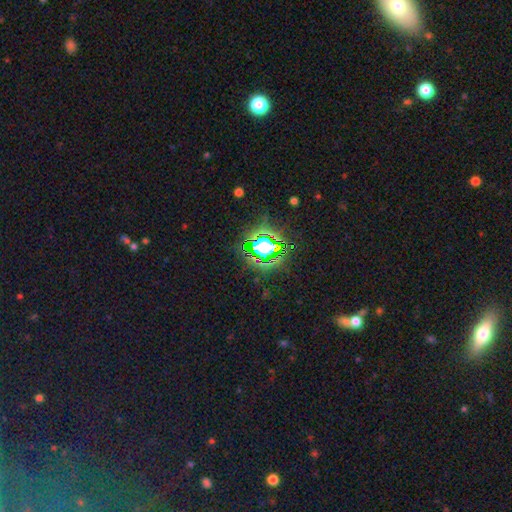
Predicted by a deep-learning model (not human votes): This appears to be a star or artifact, not a galaxy (81%).